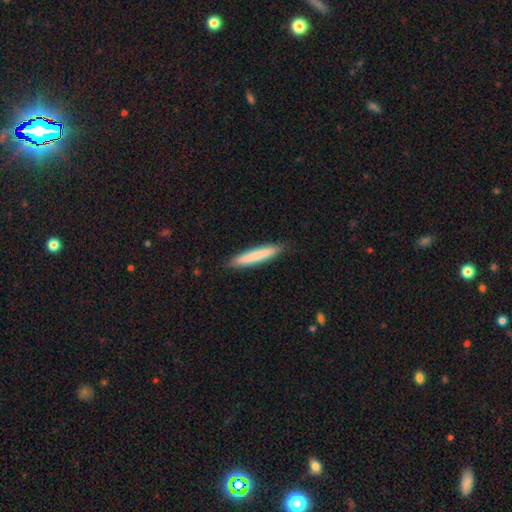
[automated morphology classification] Smooth or featured? smooth (78%)
How rounded? cigar-shaped (94%)
Merging? none (89%)